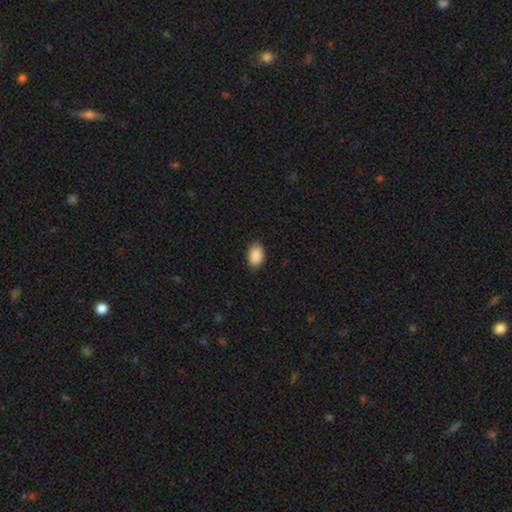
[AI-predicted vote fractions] Smooth or featured? Predicted: smooth (p=0.91). How rounded? Predicted: in between (p=0.89). Merging? Predicted: none (p=0.88).